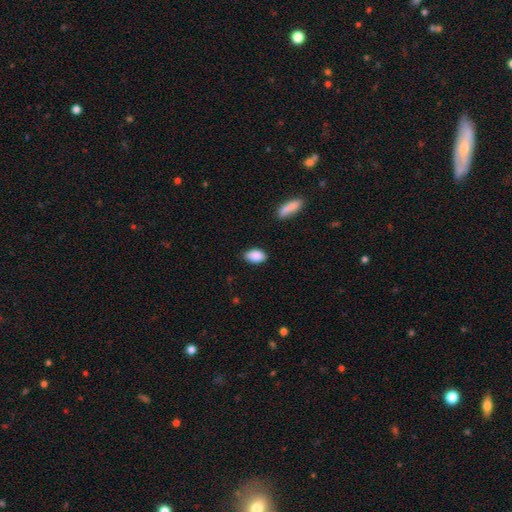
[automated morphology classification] A smooth galaxy with no disk features (89%) that is in between round and cigar-shaped (92%).

Vote fractions:
- Smooth or featured? smooth: 89% / star or artifact: 7% / featured or disk: 5%
- How rounded? in between: 92% / round: 6% / cigar-shaped: 2%
- Merging? none: 82% / minor disturbance: 14% / major disturbance: 3% / merger: 2%